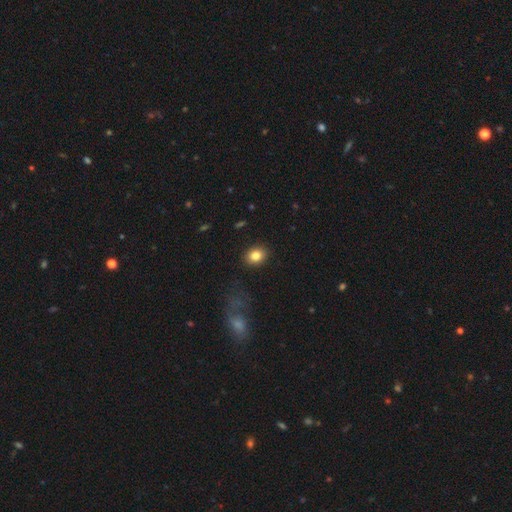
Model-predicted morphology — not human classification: The model was most divided on "how rounded": in between: 53%, round: 46%, cigar-shaped: 1%. More confident: merging — none (88%); smooth or featured — smooth (83%).